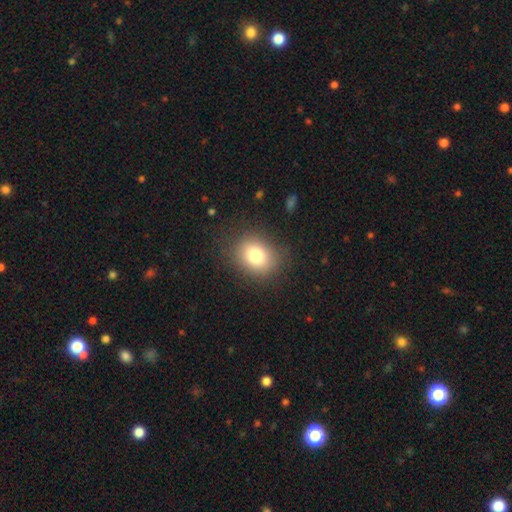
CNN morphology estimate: A smooth galaxy with no disk features (79%) that is round (55%). Merging: none (83%).